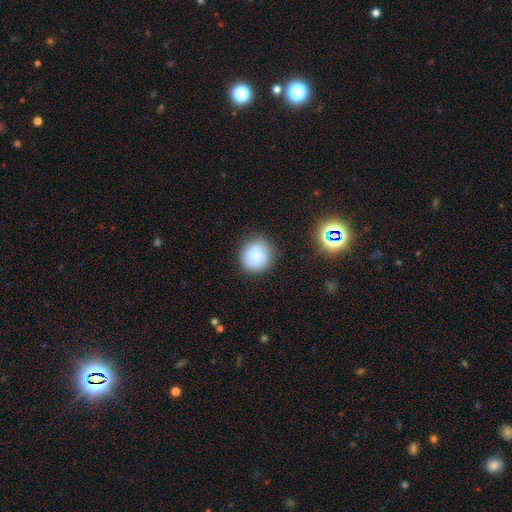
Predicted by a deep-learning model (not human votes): Morphology: type=smooth (83%); roundness=round (88%); merging=none (86%).